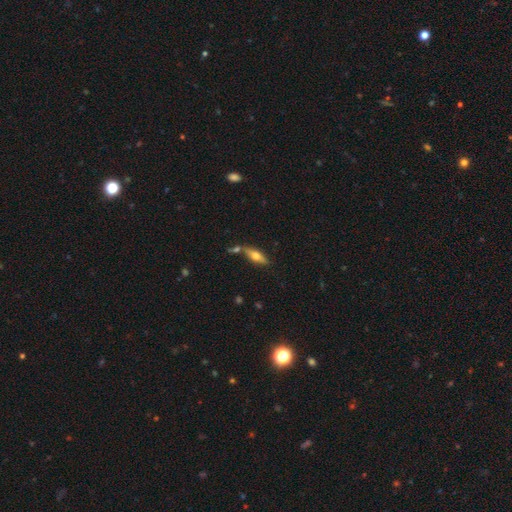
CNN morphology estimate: smooth-or-featured: smooth: 53% | featured or disk: 39% | star or artifact: 8%
  how-rounded: in between: 50% | cigar-shaped: 47% | round: 3%
  merging: none: 67% | merger: 15% | minor disturbance: 14% | major disturbance: 4%